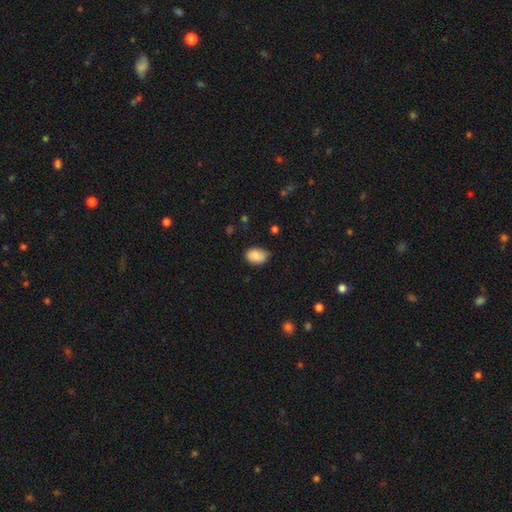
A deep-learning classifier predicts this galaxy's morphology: smooth_or_featured: smooth (p=0.84) [alt: featured or disk p=0.09]
how_rounded: in between (p=0.81) [alt: round p=0.18]
merging: none (p=0.71) [alt: minor disturbance p=0.23]